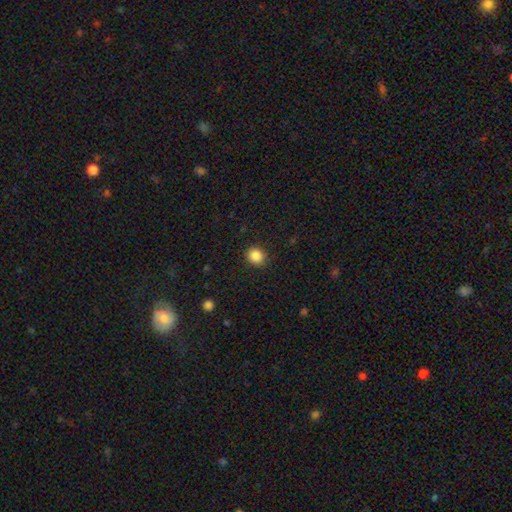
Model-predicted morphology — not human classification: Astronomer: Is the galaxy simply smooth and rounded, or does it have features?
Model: smooth — 86%.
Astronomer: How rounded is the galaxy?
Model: round — 83%.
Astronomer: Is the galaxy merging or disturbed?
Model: none — 89%.